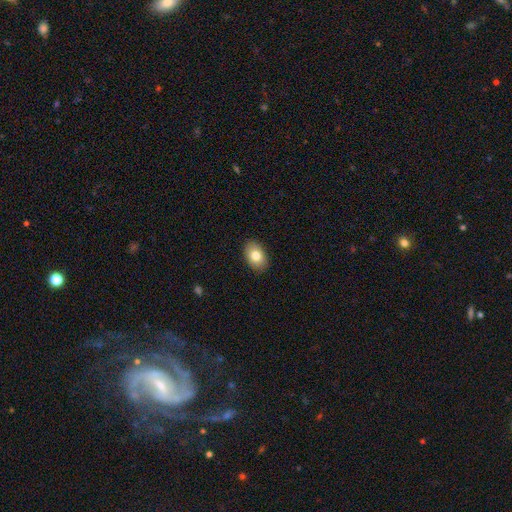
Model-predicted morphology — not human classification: A smooth galaxy with no disk features (80%) that is in between round and cigar-shaped (85%). Merging: none (89%).